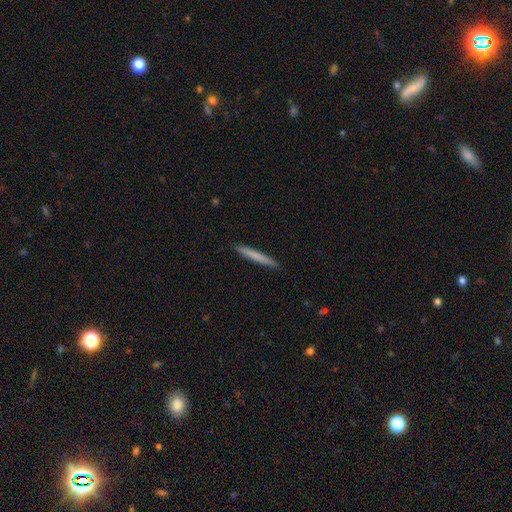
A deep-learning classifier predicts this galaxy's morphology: A smooth galaxy with no disk features (75%) that is cigar-shaped (97%). Merging: none (92%).